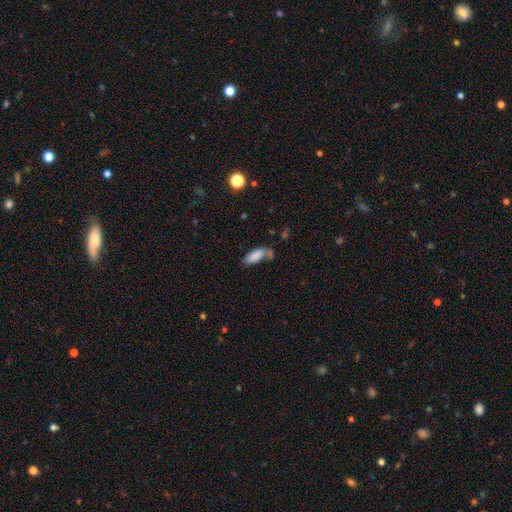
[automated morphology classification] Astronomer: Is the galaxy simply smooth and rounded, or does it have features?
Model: smooth — 83%.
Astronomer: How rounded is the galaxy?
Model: in between — 80%.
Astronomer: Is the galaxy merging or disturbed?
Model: none — 47% (runner-up: minor disturbance, 24%).